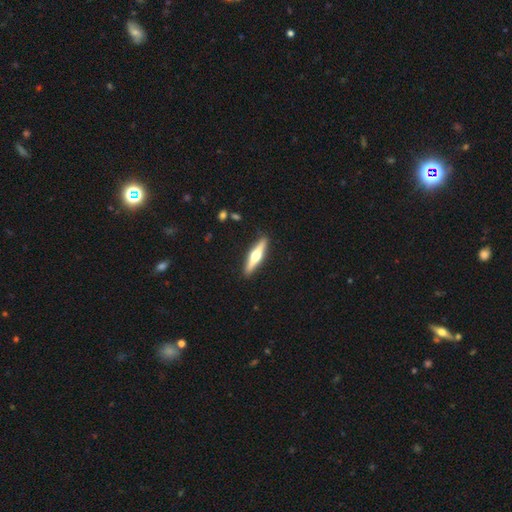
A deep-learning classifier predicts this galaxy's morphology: The model was most divided on "smooth or featured": featured or disk: 64%, smooth: 31%, star or artifact: 5%. More confident: edge-on disk — yes (96%); edge-on bulge — rounded (95%); merging — none (91%).